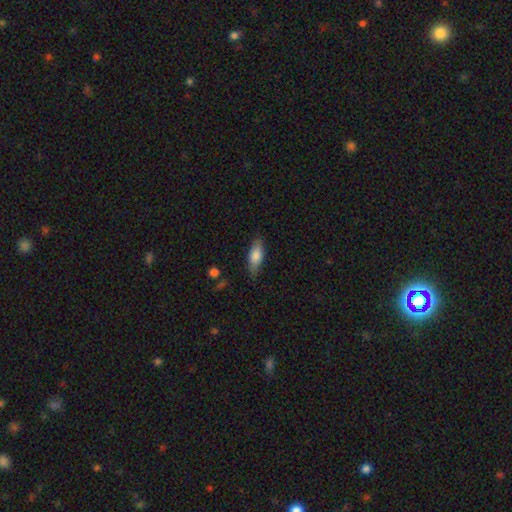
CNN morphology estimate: smooth-or-featured: smooth: 77% | featured or disk: 16% | star or artifact: 6%
  how-rounded: in between: 74% | cigar-shaped: 23% | round: 2%
  merging: none: 79% | minor disturbance: 17% | major disturbance: 3% | merger: 1%